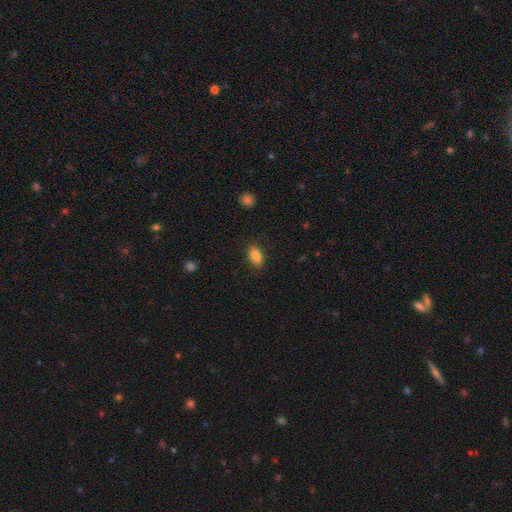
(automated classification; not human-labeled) smooth 84%, star or artifact 8%, featured or disk 8%. Down the decision tree: how rounded — in between (89%); merging — none (87%).